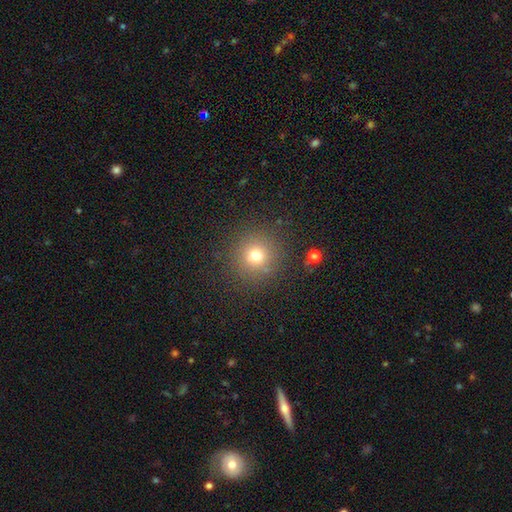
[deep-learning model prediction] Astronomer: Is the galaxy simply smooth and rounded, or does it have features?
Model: smooth — 74%.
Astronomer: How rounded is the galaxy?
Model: round — 94%.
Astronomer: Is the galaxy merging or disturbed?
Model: none — 87%.